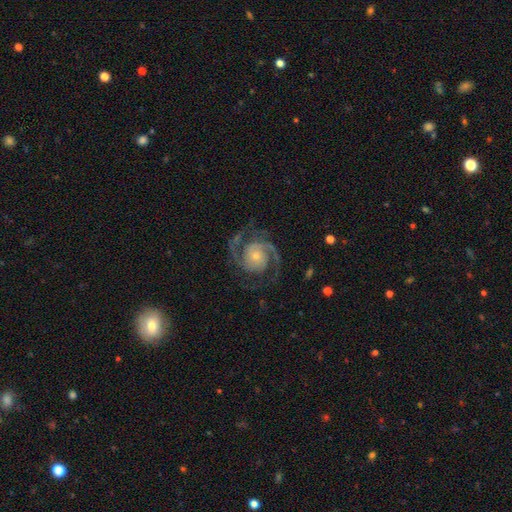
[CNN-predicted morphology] Smooth or featured? featured or disk (92%)
Edge-on disk? no (98%)
Bar? no (72%)
Spiral arms? yes (98%)
Spiral winding? medium (55%)
Spiral arm count? 2 (90%)
Bulge size? small (70%)
Merging? none (80%)